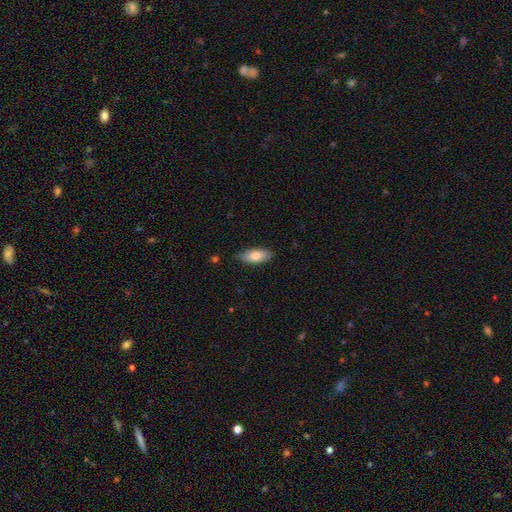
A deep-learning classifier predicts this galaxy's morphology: The model was most divided on "smooth or featured": smooth: 77%, featured or disk: 17%, star or artifact: 6%. More confident: merging — none (82%); how rounded — in between (82%).